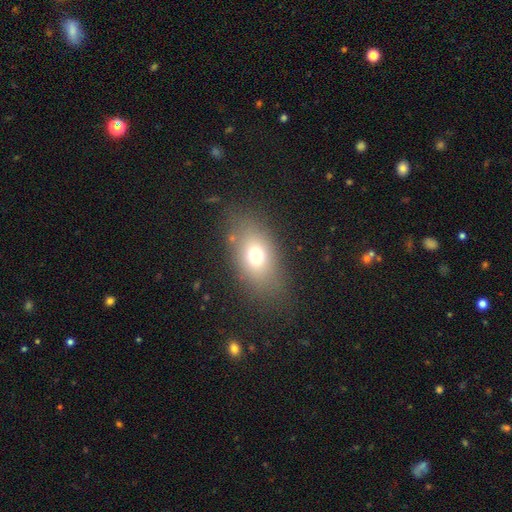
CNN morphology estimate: This is likely a smooth galaxy (70%). How rounded: likely in between (79%). Merging: likely none (79%).